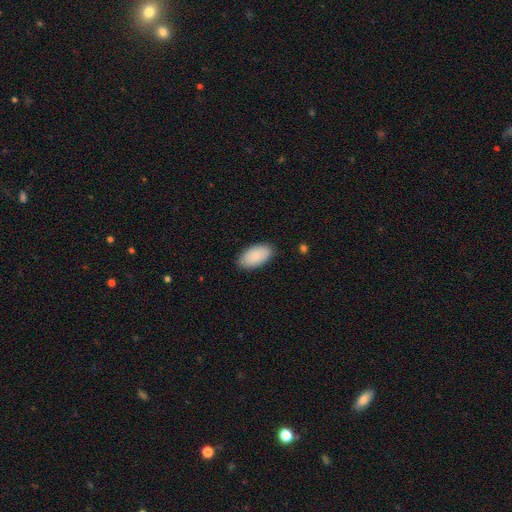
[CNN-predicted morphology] Smooth or featured? smooth (88%)
How rounded? in between (95%)
Merging? none (86%)